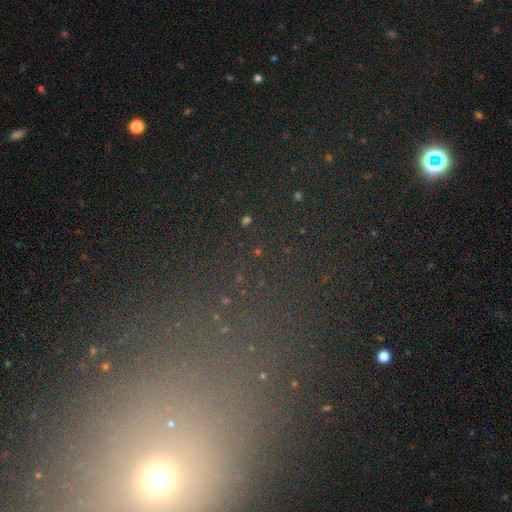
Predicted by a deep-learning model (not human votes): A star or artifact, not a galaxy (57%).